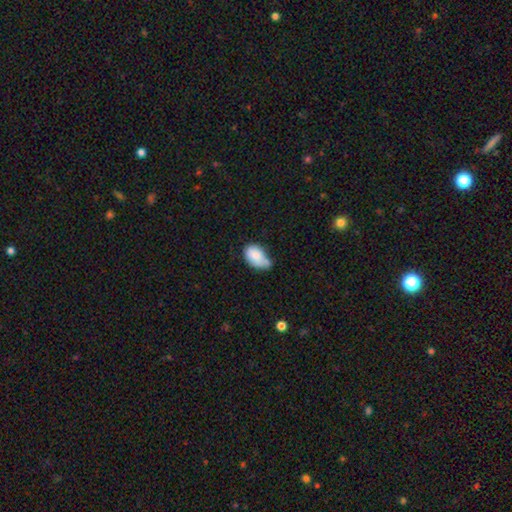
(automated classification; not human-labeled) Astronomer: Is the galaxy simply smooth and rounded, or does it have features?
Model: smooth — 79%.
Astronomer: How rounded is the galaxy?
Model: in between — 88%.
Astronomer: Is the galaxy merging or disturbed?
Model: minor disturbance — 39% (runner-up: none, 32%).